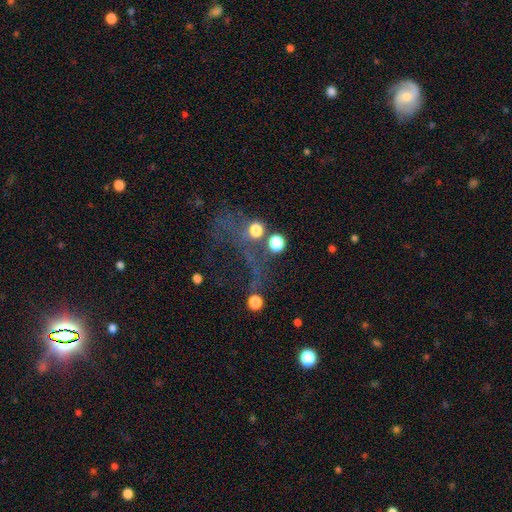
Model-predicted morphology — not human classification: Smooth or featured: star or artifact — 48% (featured or disk — 29%)